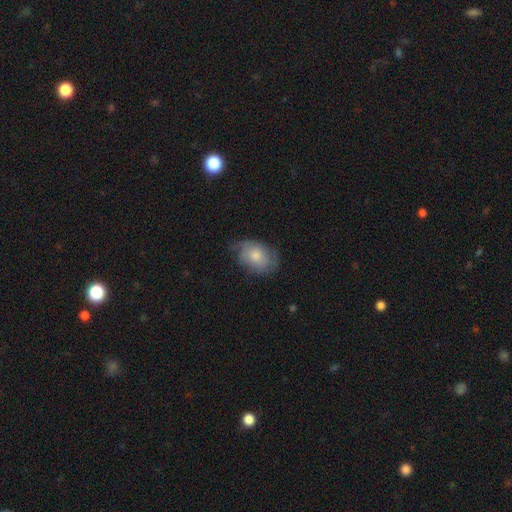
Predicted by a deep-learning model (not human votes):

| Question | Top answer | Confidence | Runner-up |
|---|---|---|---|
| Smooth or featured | smooth | 65% | featured or disk (28%) |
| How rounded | in between | 75% | round (23%) |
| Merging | none | 56% | minor disturbance (31%) |